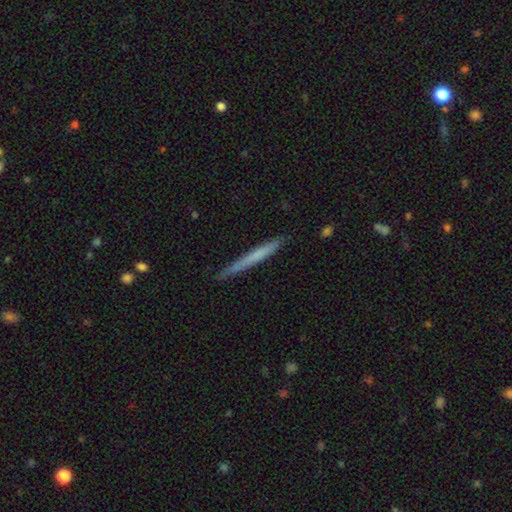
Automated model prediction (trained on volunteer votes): smooth_or_featured: smooth (p=0.58) [alt: featured or disk p=0.36]
how_rounded: cigar-shaped (p=0.97) [alt: in between p=0.02]
merging: none (p=0.87) [alt: minor disturbance p=0.10]